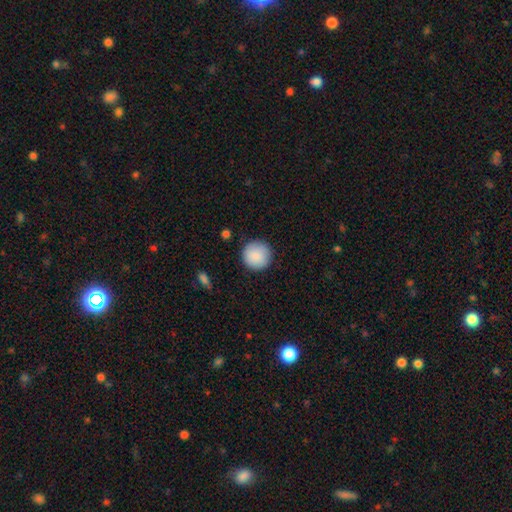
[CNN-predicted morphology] A smooth galaxy with no disk features (89%) that is round (96%).

Vote fractions:
- Smooth or featured? smooth: 89% / star or artifact: 7% / featured or disk: 4%
- How rounded? round: 96% / in between: 3% / cigar-shaped: 1%
- Merging? none: 90% / minor disturbance: 7% / major disturbance: 2% / merger: 1%